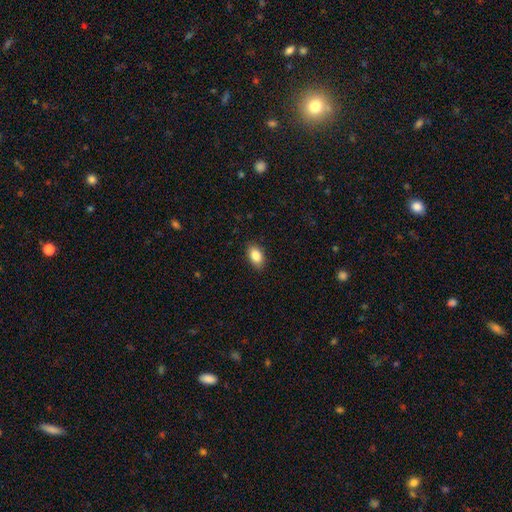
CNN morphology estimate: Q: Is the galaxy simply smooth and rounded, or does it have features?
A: smooth — 87%.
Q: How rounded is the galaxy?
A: in between — 88%.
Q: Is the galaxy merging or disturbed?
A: none — 87%.